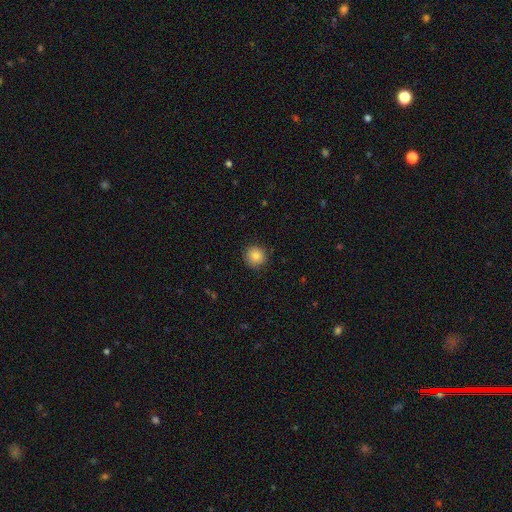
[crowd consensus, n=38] This is clearly a smooth galaxy (89%). How rounded: clearly round (94%). Merging: clearly none (92%).